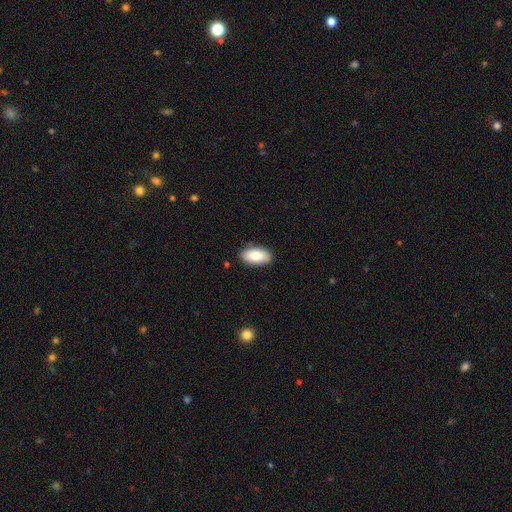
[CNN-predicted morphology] smooth 85%, featured or disk 9%, star or artifact 6%. Down the decision tree: how rounded — in between (93%); merging — none (85%).